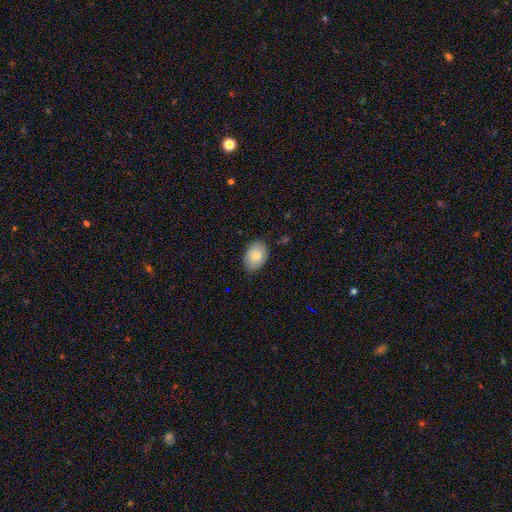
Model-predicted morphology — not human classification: Smooth or featured?
  - smooth: 84% *
  - featured or disk: 10%
  - star or artifact: 7%
How rounded?
  - in between: 83% *
  - round: 16%
  - cigar-shaped: 1%
Merging?
  - none: 84% *
  - minor disturbance: 12%
  - major disturbance: 2%
  - merger: 1%